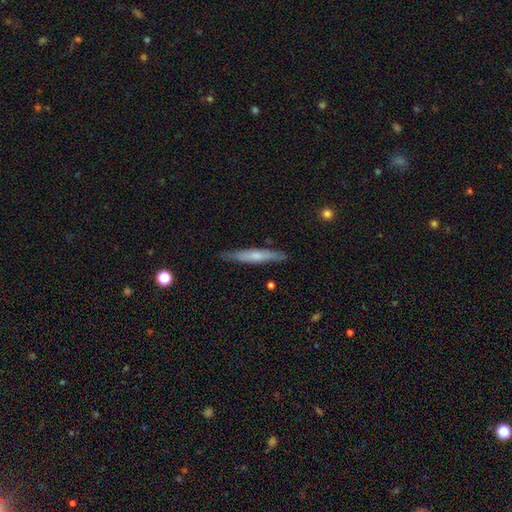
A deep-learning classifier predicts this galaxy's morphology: smooth-or-featured: smooth: 54% | featured or disk: 41% | star or artifact: 5%
  how-rounded: cigar-shaped: 94% | in between: 5% | round: 1%
  merging: none: 85% | minor disturbance: 11% | major disturbance: 2% | merger: 1%